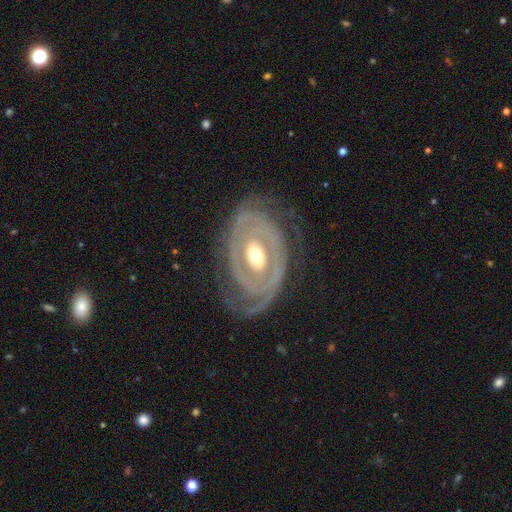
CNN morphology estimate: Overall: featured or disk (82%). Edge-on disk: no (95%). Bar: no (69%). Spiral arms: yes (67%; no 33%). Spiral arm count: 2 (39%; can't tell 31%). Spiral winding: tight (59%; medium 25%). Bulge size: moderate (70%). Merging: none (65%).